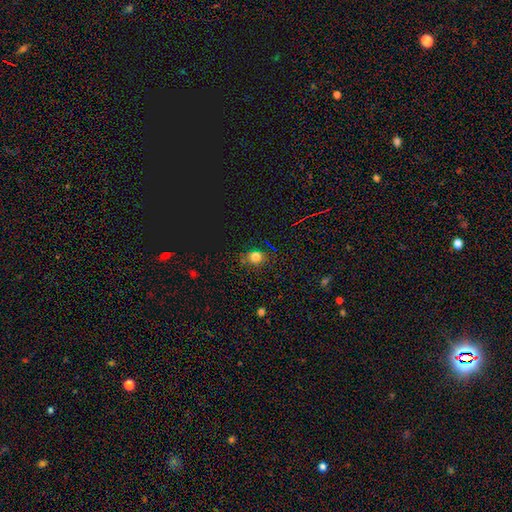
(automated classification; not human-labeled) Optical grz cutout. It shows a smooth galaxy with no disk features (72%) that is round (67%). Merging: none (81%).